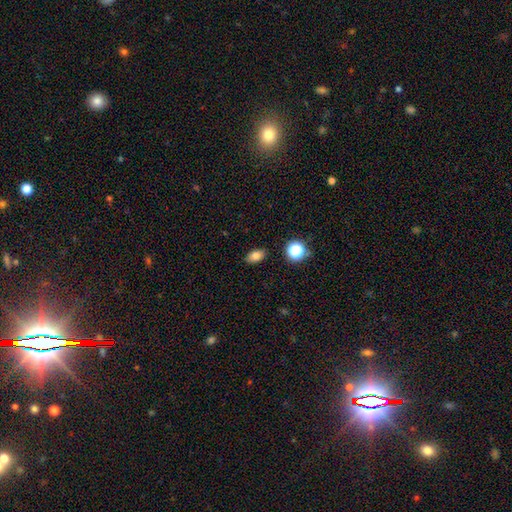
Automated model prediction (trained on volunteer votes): Smooth or featured? Predicted: smooth (p=0.80). How rounded? Predicted: in between (p=0.86). Merging? Predicted: none (p=0.87).